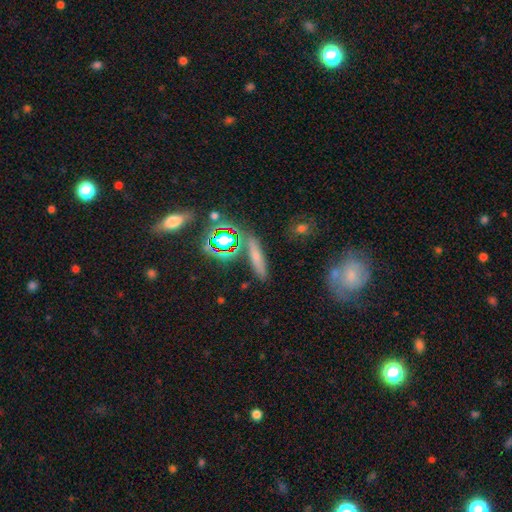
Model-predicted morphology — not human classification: A smooth galaxy with no disk features (56%) that is cigar-shaped (74%).

Vote fractions:
- Smooth or featured? smooth: 56% / star or artifact: 24% / featured or disk: 20%
- How rounded? cigar-shaped: 74% / in between: 18% / round: 8%
- Merging? none: 79% / minor disturbance: 11% / merger: 6% / major disturbance: 4%